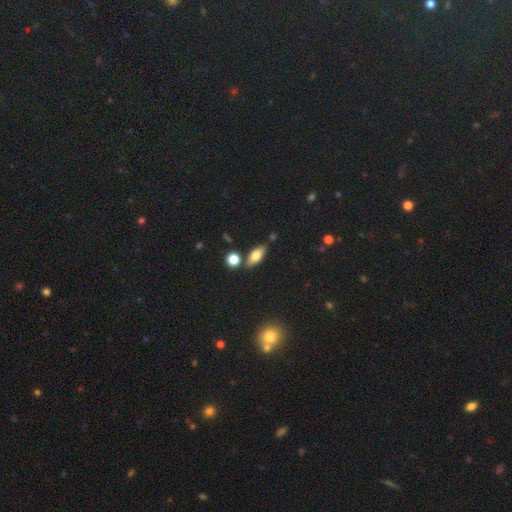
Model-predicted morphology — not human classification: A smooth galaxy with no disk features (70%) that is in between round and cigar-shaped (76%). Merging: none (76%).